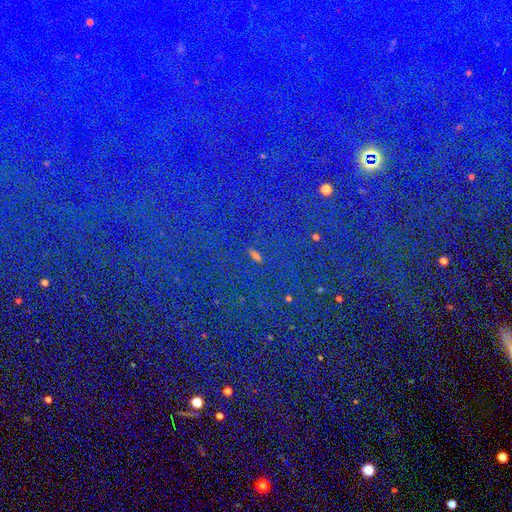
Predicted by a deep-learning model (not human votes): Morphology: type=star or artifact (61%).